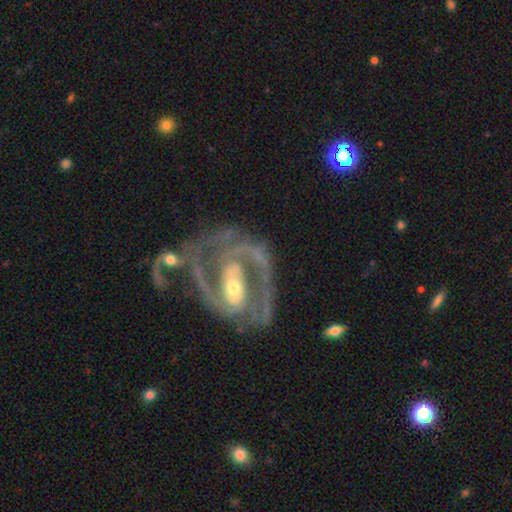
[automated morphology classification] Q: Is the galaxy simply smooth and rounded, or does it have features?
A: featured or disk — 90%.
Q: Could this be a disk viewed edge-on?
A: no — 97%.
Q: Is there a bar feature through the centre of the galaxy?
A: strong — 38%.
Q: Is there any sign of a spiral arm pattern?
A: yes — 94%.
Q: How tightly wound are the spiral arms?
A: medium — 47%.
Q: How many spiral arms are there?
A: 2 — 68%.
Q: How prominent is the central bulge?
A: small — 54%.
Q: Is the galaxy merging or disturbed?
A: none — 44%.